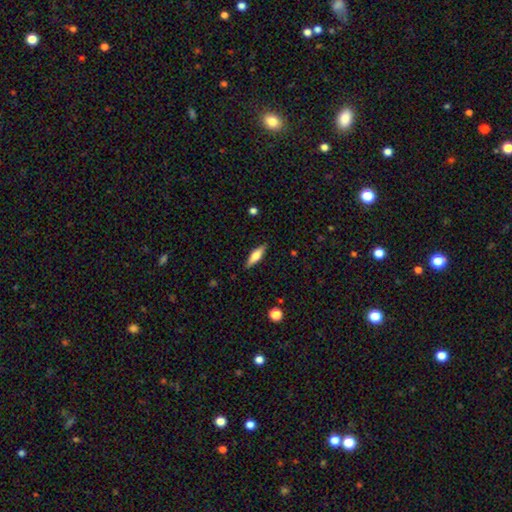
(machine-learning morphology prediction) Smooth or featured? Predicted: smooth (p=0.53). How rounded? Predicted: cigar-shaped (p=0.54). Merging? Predicted: none (p=0.88).